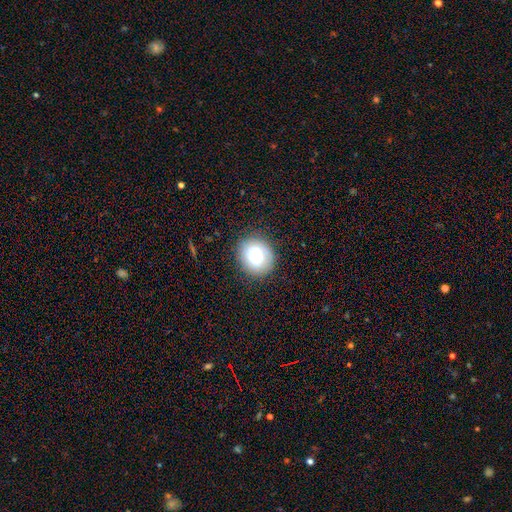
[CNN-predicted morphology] This appears to be a smooth galaxy with no disk features (76%) that is round (76%). Merging: none (82%).